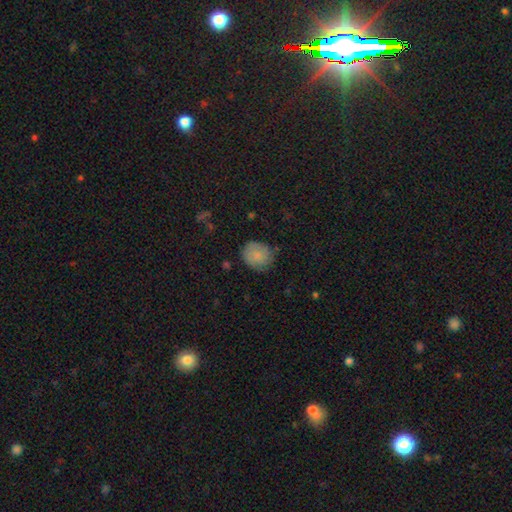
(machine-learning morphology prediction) This appears to be a smooth galaxy with no disk features (82%) that is round (75%). Merging: none (74%).